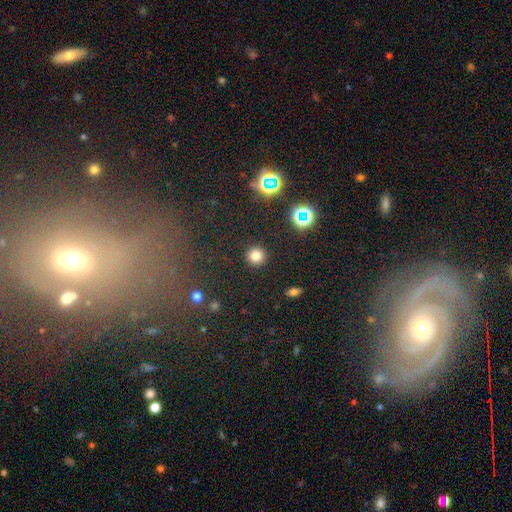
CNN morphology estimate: Smooth or featured: smooth — 79% (star or artifact — 15%)
How rounded: round — 94% (in between — 5%)
Merging: none — 92% (minor disturbance — 5%)